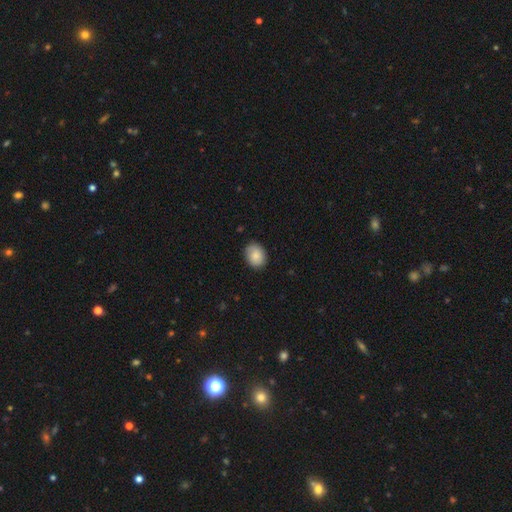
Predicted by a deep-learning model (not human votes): Morphology: type=smooth (85%); roundness=in between (56%); merging=none (82%).